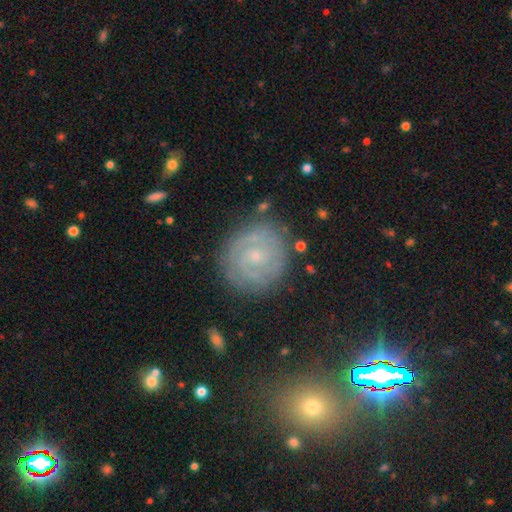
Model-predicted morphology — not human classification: Overall: featured or disk (78%). Edge-on disk: no (98%). Bar: no (59%; weak 35%). Spiral arms: yes (93%). Spiral arm count: 2 (48%; can't tell 25%). Spiral winding: tight (72%). Bulge size: small (76%). Merging: none (82%).